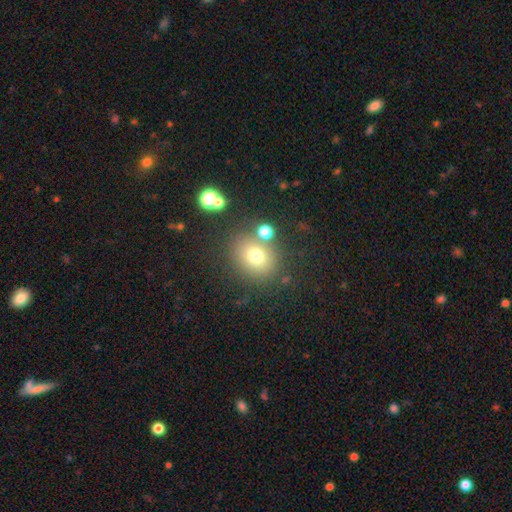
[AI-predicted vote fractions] smooth_or_featured: smooth (p=0.72) [alt: star or artifact p=0.16]
how_rounded: round (p=0.72) [alt: in between p=0.27]
merging: none (p=0.73) [alt: minor disturbance p=0.11]